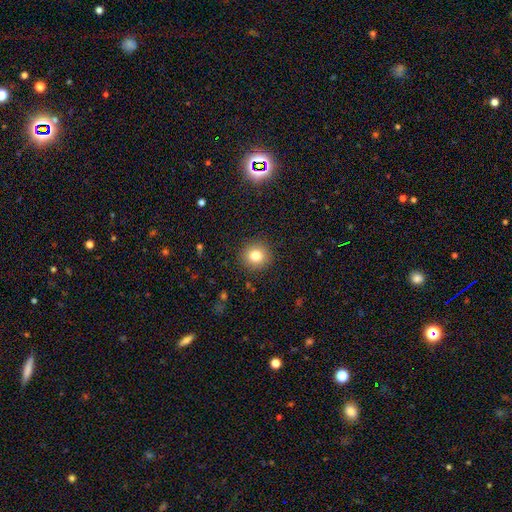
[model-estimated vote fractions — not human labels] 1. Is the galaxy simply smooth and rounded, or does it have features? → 81% smooth, 11% star or artifact, 8% featured or disk.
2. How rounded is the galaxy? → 92% round, 8% in between, 1% cigar-shaped.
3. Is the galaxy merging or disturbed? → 91% none, 6% minor disturbance, 2% major disturbance, 1% merger.